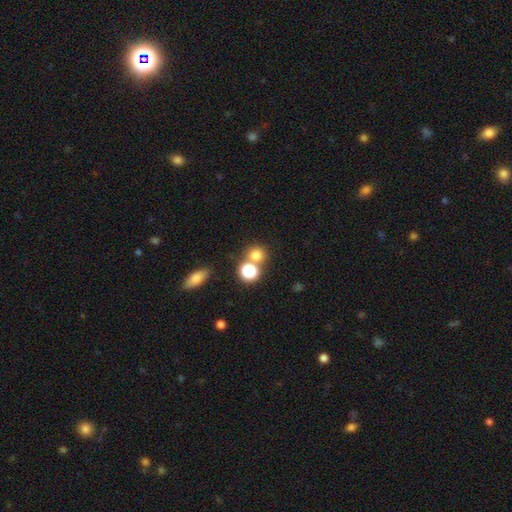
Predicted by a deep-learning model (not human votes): The model was most divided on "merging": none: 64%, merger: 25%, minor disturbance: 7%, major disturbance: 3%. More confident: how rounded — round (87%); smooth or featured — smooth (74%).